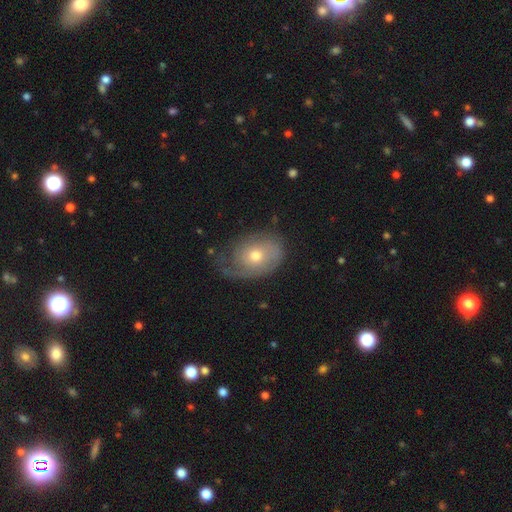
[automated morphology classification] Smooth or featured?
  - featured or disk: 54% *
  - smooth: 38%
  - star or artifact: 8%
Edge-on disk?
  - no: 94% *
  - yes: 6%
Bar?
  - no: 83% *
  - weak: 14%
  - strong: 2%
Spiral arms?
  - yes: 75% *
  - no: 25%
Bulge size?
  - moderate: 64% *
  - small: 30%
  - large: 5%
  - dominant: 1%
  - none: 1%
Merging?
  - none: 49% *
  - minor disturbance: 29%
  - major disturbance: 20%
  - merger: 2%